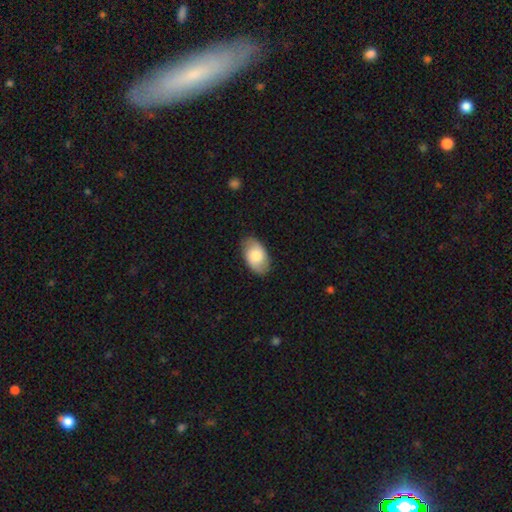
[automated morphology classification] Smooth or featured: smooth — 72% (featured or disk — 22%)
How rounded: in between — 94% (round — 5%)
Merging: none — 85% (minor disturbance — 12%)